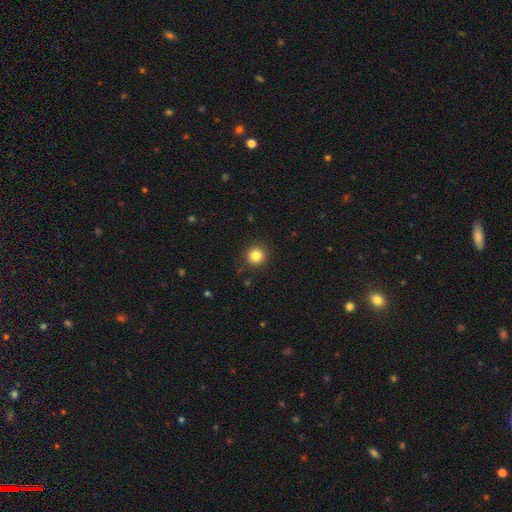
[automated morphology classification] type=smooth (83%); roundness=round (93%); merging=none (90%).